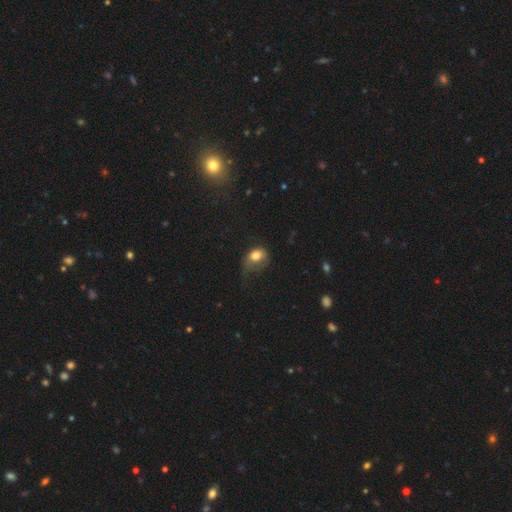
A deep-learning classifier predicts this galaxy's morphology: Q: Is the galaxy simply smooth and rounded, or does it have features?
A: smooth — 76%.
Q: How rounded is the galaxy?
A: in between — 64%.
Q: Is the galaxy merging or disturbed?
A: major disturbance — 41%.